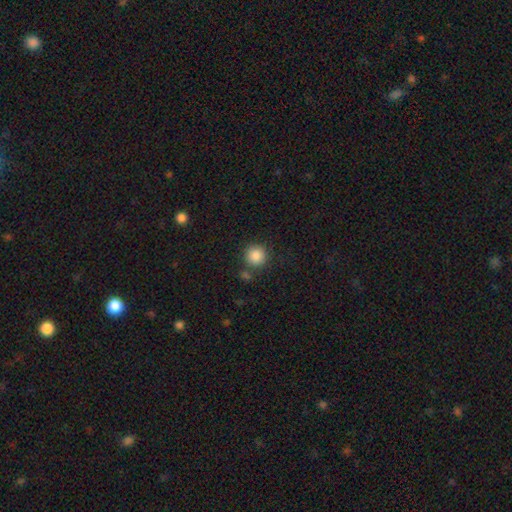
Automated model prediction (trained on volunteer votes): smooth-or-featured: smooth: 87% | star or artifact: 9% | featured or disk: 4%
  how-rounded: round: 94% | in between: 5% | cigar-shaped: 1%
  merging: none: 81% | minor disturbance: 8% | merger: 7% | major disturbance: 3%